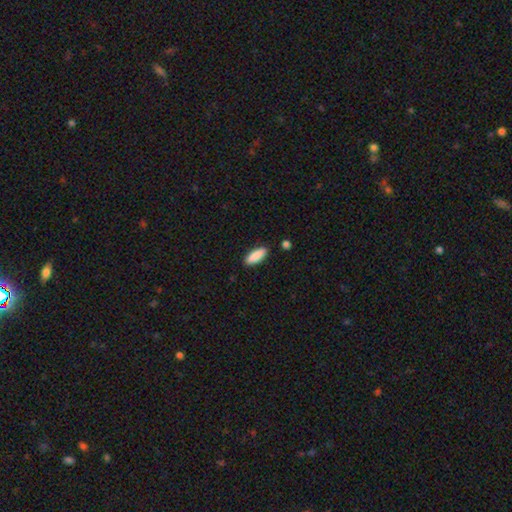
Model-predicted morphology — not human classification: Smooth or featured?
  - smooth: 88% *
  - star or artifact: 6%
  - featured or disk: 6%
How rounded?
  - in between: 63% *
  - cigar-shaped: 35%
  - round: 2%
Merging?
  - none: 87% *
  - minor disturbance: 9%
  - merger: 2%
  - major disturbance: 2%